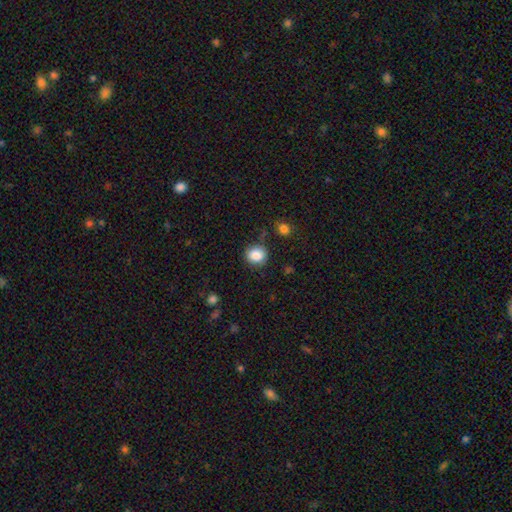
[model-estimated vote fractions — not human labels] smooth_or_featured: smooth (p=0.86) [alt: star or artifact p=0.09]
how_rounded: round (p=0.82) [alt: in between p=0.17]
merging: none (p=0.79) [alt: minor disturbance p=0.13]